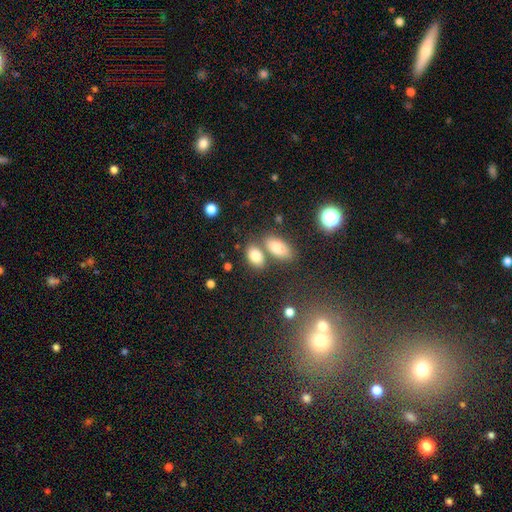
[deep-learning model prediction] smooth_or_featured: smooth (p=0.81) [alt: star or artifact p=0.10]
how_rounded: in between (p=0.86) [alt: round p=0.11]
merging: none (p=0.54) [alt: merger p=0.31]